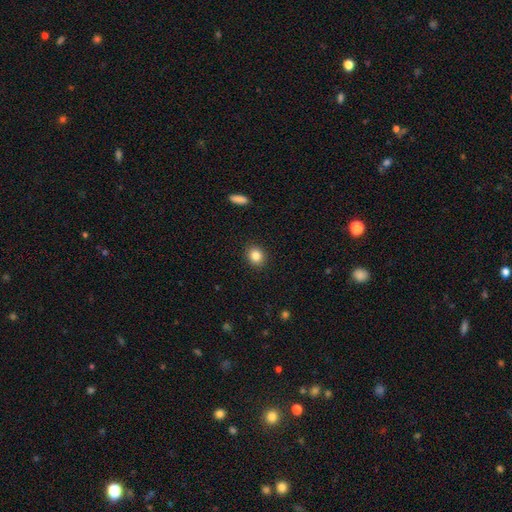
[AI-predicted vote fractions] Smooth or featured? smooth (85%)
How rounded? round (76%)
Merging? none (91%)